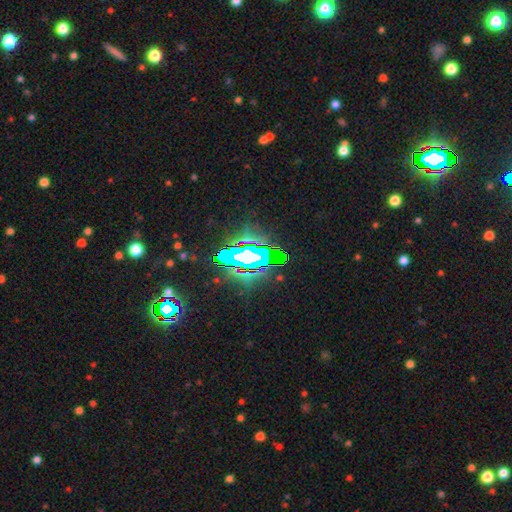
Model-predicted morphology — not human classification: Smooth or featured?
  - star or artifact: 75% *
  - featured or disk: 13%
  - smooth: 11%